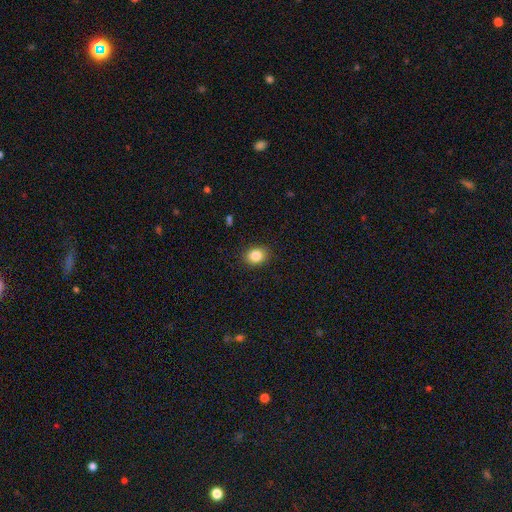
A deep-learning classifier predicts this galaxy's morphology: This appears to be a smooth galaxy with no disk features (85%) that is round (56%). Merging: none (88%).